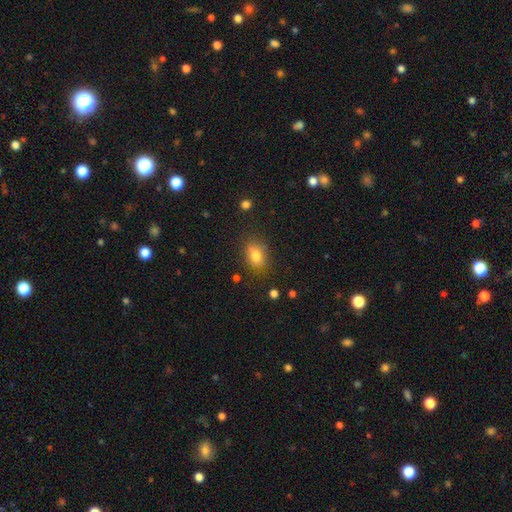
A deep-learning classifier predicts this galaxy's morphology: This is likely a smooth galaxy (79%). How rounded: likely in between (66%). Merging: likely none (76%).